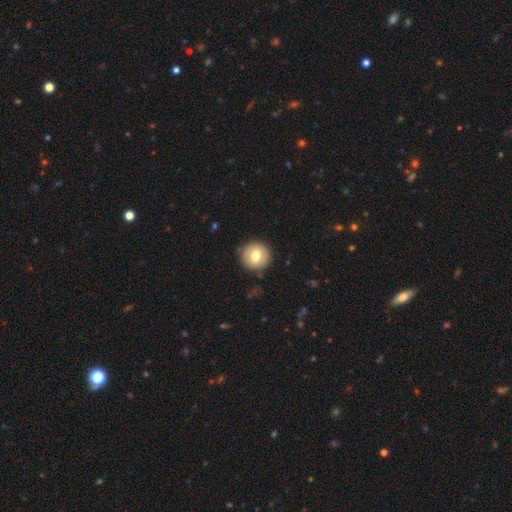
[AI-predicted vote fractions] Overall: smooth (74%). How rounded: round (94%). Merging: none (88%).